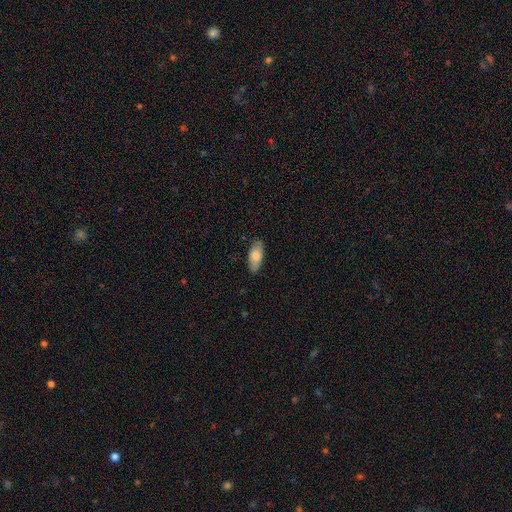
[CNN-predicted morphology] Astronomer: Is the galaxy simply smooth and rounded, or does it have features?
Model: smooth — 78%.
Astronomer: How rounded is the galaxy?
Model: in between — 83%.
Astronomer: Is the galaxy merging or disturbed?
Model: none — 84%.